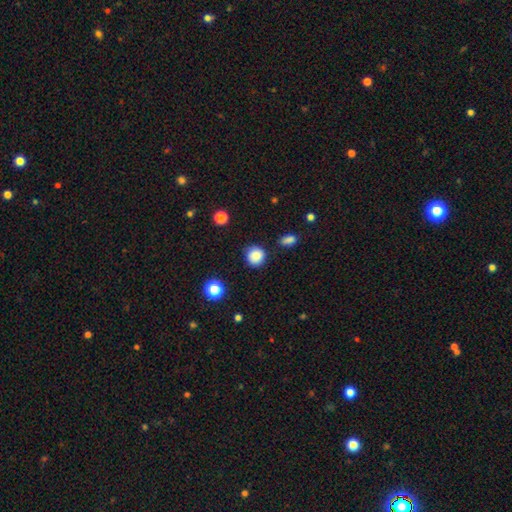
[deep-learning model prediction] Smooth or featured? smooth (85%)
How rounded? round (90%)
Merging? none (84%)